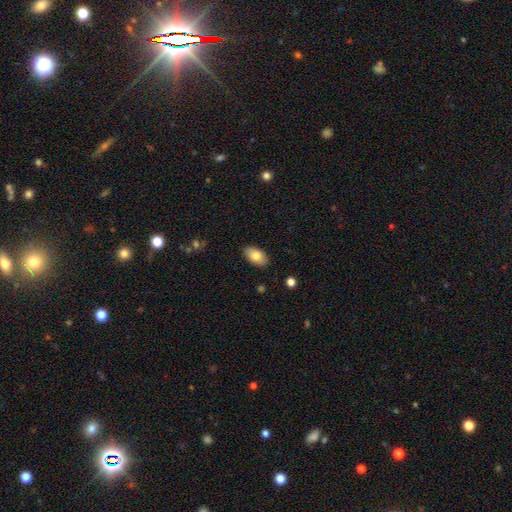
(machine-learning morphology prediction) Smooth or featured?
  - smooth: 82% *
  - featured or disk: 12%
  - star or artifact: 7%
How rounded?
  - in between: 93% *
  - round: 5%
  - cigar-shaped: 2%
Merging?
  - none: 88% *
  - minor disturbance: 9%
  - major disturbance: 2%
  - merger: 1%